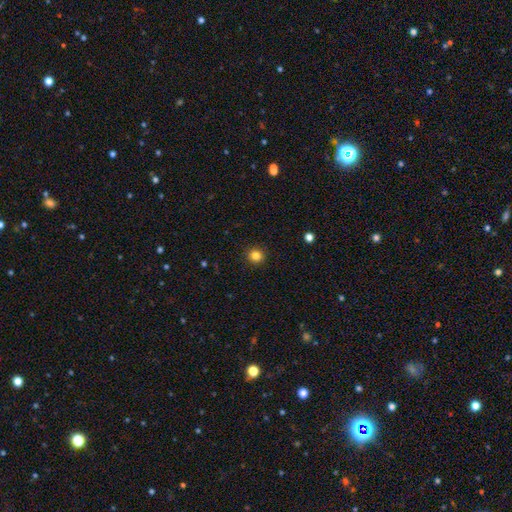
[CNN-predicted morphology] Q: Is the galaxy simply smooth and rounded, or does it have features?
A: smooth — 83%.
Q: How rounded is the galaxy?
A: round — 91%.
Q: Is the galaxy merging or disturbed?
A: none — 92%.